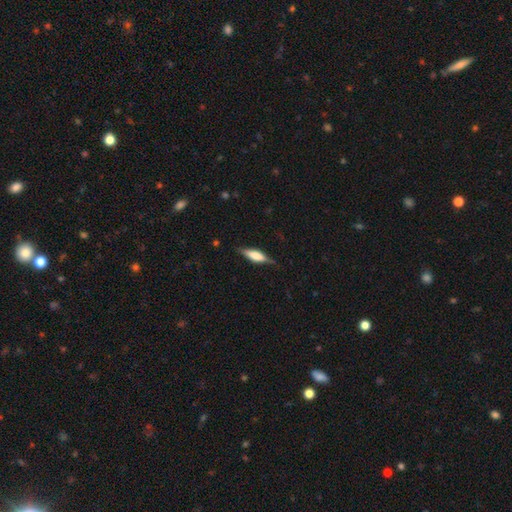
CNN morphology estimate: Overall: featured or disk (52%; smooth 41%). Edge-on disk: yes (95%). Merging: none (80%).